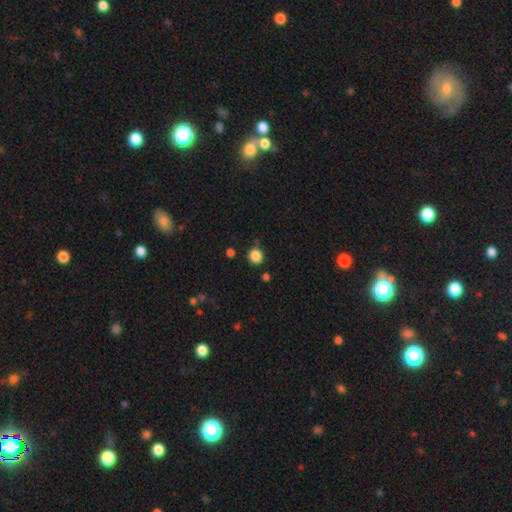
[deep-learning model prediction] A smooth galaxy with no disk features (86%) that is round (87%). Merging: none (84%).